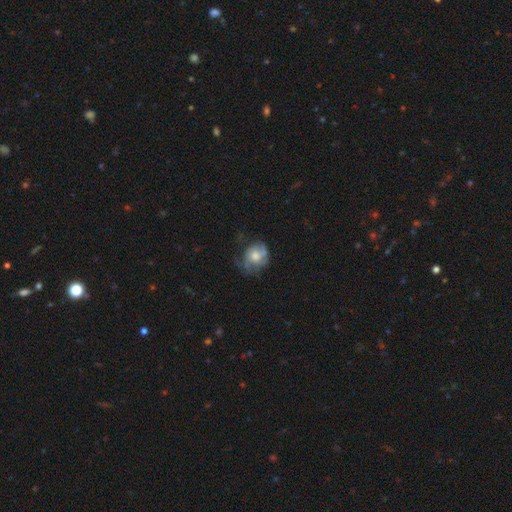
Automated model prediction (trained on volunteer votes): Q: Smooth or featured?
A: featured or disk (47%); runner-up: smooth (45%)
Q: Merging?
A: none (46%); runner-up: minor disturbance (28%)